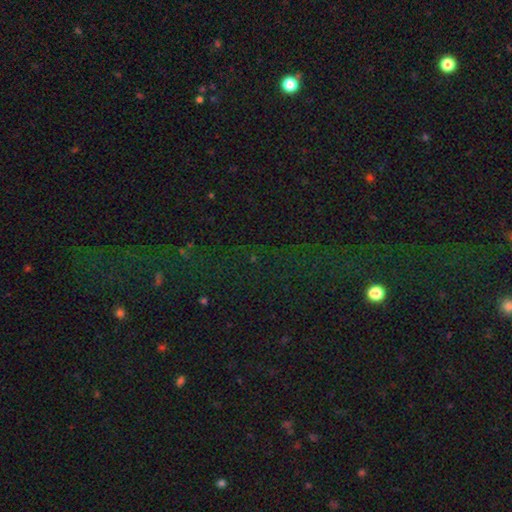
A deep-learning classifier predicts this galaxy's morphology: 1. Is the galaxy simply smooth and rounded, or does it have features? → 71% star or artifact, 16% smooth, 14% featured or disk.